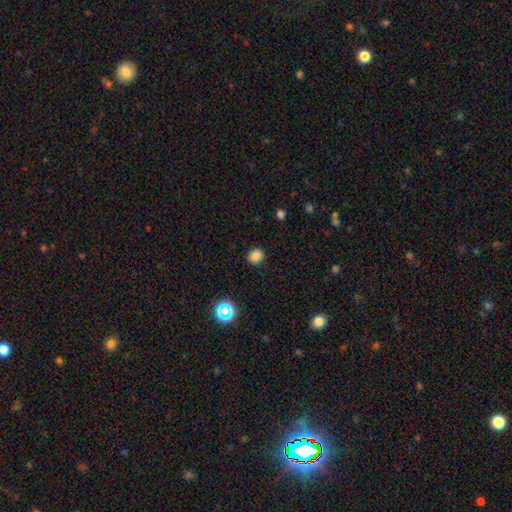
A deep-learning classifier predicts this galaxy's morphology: smooth-or-featured: smooth: 81% | star or artifact: 14% | featured or disk: 5%
  how-rounded: round: 75% | in between: 24% | cigar-shaped: 1%
  merging: none: 89% | minor disturbance: 8% | major disturbance: 2% | merger: 1%